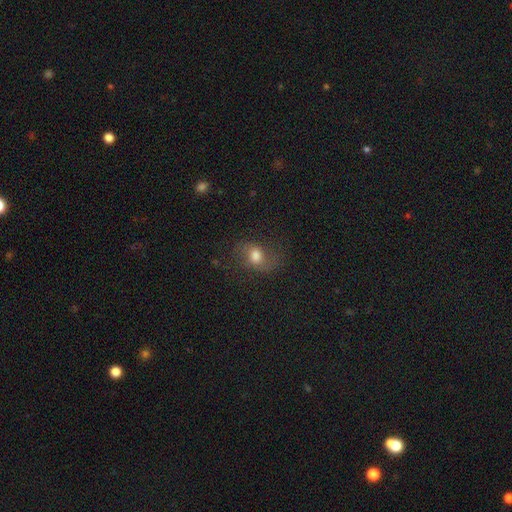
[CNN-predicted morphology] This is possibly a smooth galaxy (52%). How rounded: likely in between (63%). Merging: likely none (66%).